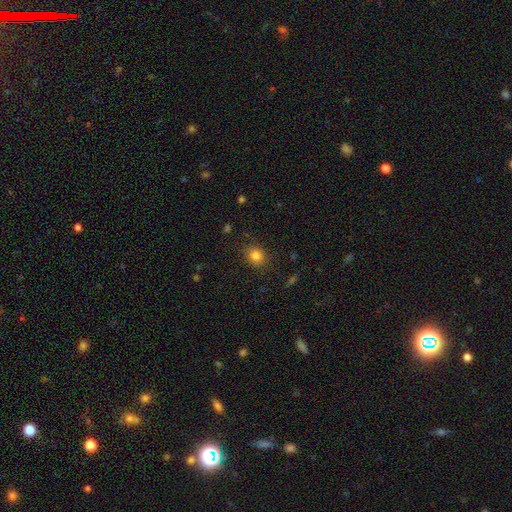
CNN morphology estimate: smooth_or_featured: smooth (p=0.82) [alt: star or artifact p=0.12]
how_rounded: round (p=0.67) [alt: in between p=0.32]
merging: none (p=0.87) [alt: minor disturbance p=0.10]